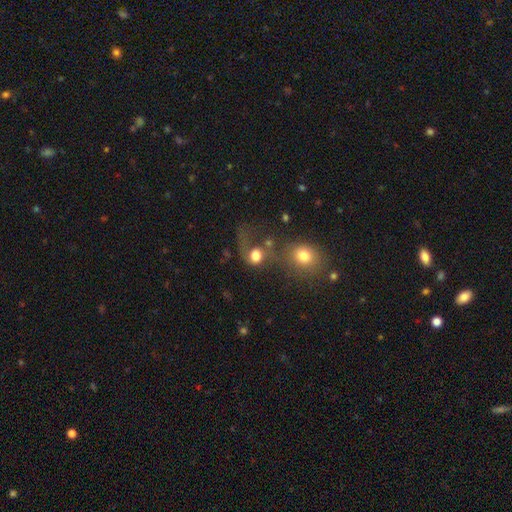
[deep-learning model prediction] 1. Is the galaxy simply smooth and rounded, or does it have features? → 72% smooth, 15% featured or disk, 13% star or artifact.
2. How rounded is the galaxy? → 71% round, 28% in between, 1% cigar-shaped.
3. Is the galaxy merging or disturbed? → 37% merger, 26% major disturbance, 25% none, 12% minor disturbance.